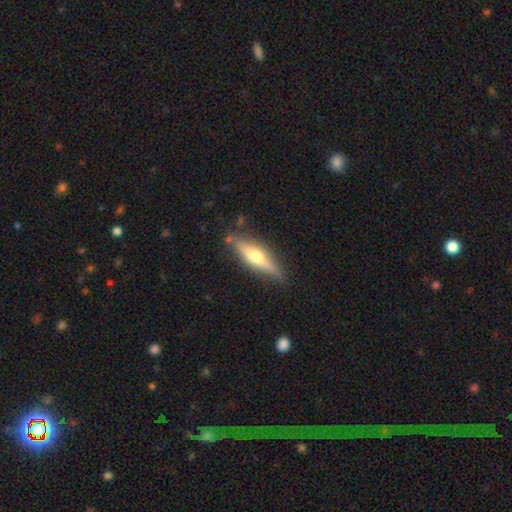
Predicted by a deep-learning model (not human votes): A featured or disk galaxy (57%) viewed edge-on (92%) with a rounded central bulge (91%).

Vote fractions:
- Smooth or featured? featured or disk: 57% / smooth: 37% / star or artifact: 6%
- Edge-on disk? yes: 92% / no: 8%
- Edge-on bulge? rounded: 91% / boxy: 5% / none: 4%
- Merging? none: 81% / minor disturbance: 13% / major disturbance: 3% / merger: 3%